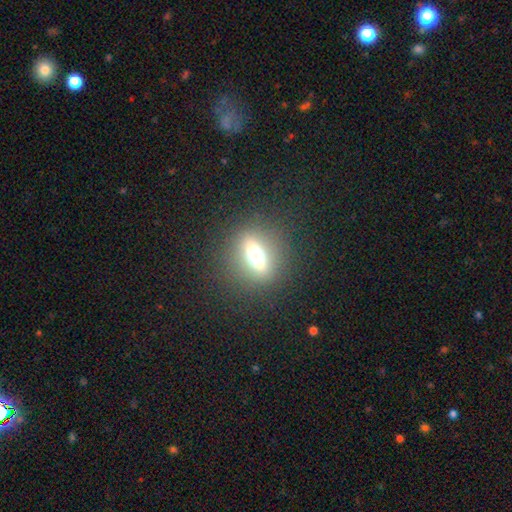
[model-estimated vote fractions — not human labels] smooth_or_featured: smooth (p=0.42) [alt: featured or disk p=0.40]
merging: none (p=0.85) [alt: minor disturbance p=0.08]